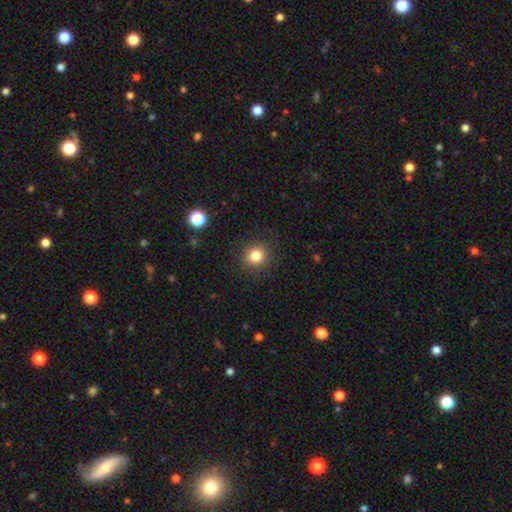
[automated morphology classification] A smooth galaxy with no disk features (83%) that is round (91%).

Vote fractions:
- Smooth or featured? smooth: 83% / star or artifact: 12% / featured or disk: 6%
- How rounded? round: 91% / in between: 8% / cigar-shaped: 1%
- Merging? none: 89% / minor disturbance: 7% / major disturbance: 3% / merger: 1%